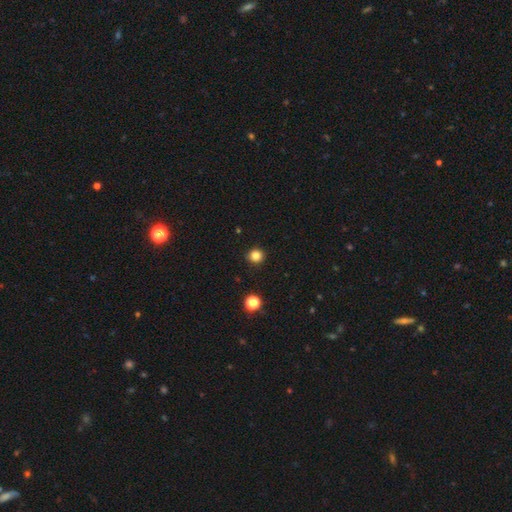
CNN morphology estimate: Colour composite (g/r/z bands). It shows a smooth galaxy with no disk features (83%) that is round (92%). Merging: none (92%).